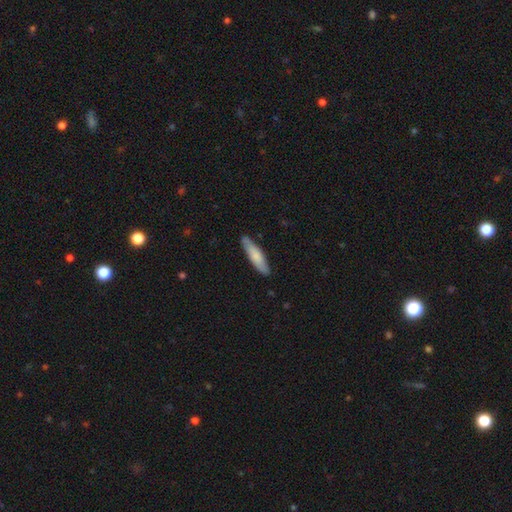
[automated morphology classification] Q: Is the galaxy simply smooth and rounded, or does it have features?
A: smooth — 72%.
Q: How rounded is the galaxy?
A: cigar-shaped — 76%.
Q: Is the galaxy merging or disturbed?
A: none — 85%.